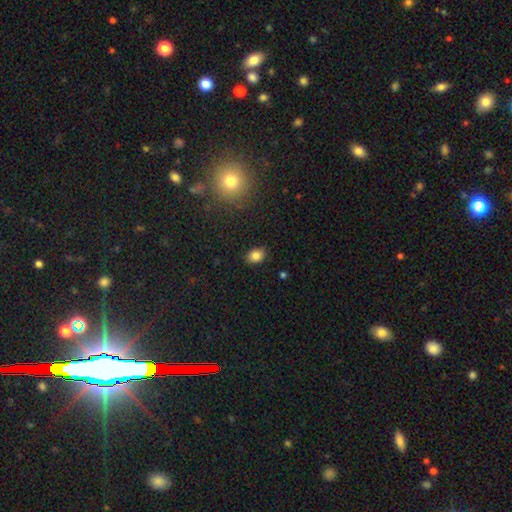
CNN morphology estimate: Smooth or featured? smooth (83%)
How rounded? in between (61%)
Merging? none (85%)